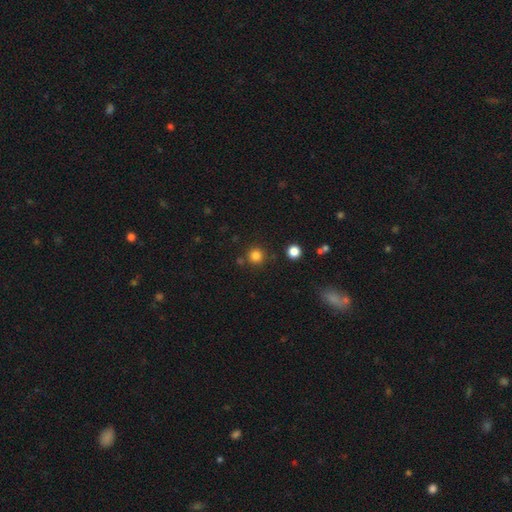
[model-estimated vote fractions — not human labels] Smooth or featured? Predicted: smooth (p=0.82). How rounded? Predicted: round (p=0.95). Merging? Predicted: none (p=0.85).